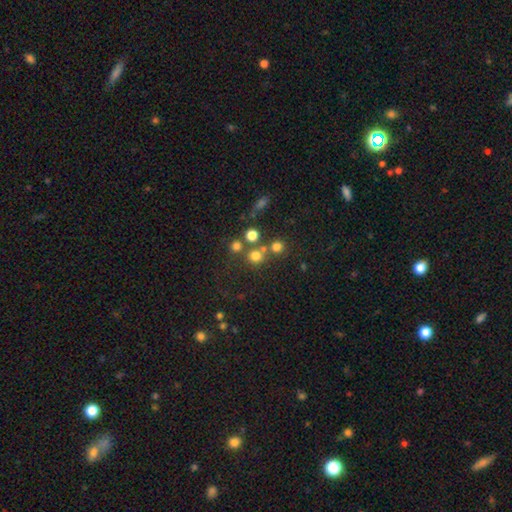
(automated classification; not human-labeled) smooth_or_featured: smooth (p=0.71) [alt: star or artifact p=0.20]
how_rounded: round (p=0.89) [alt: in between p=0.10]
merging: none (p=0.65) [alt: merger p=0.23]